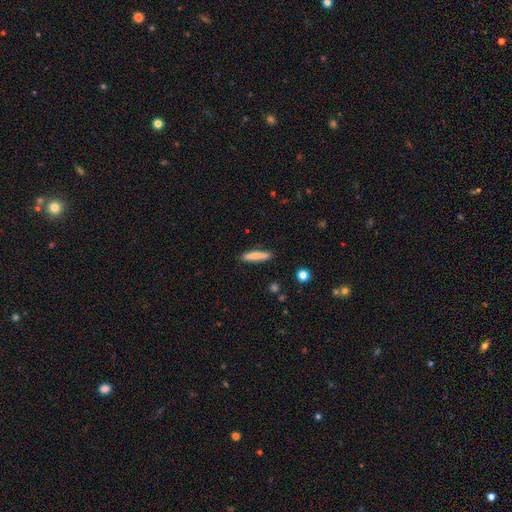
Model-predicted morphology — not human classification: A smooth galaxy with no disk features (78%) that is cigar-shaped (86%). Merging: none (88%).